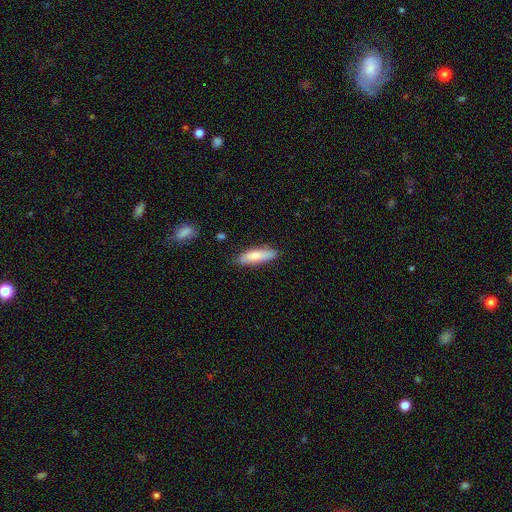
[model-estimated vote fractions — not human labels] This is clearly a smooth galaxy (81%). How rounded: possibly cigar-shaped (57%). Merging: clearly none (81%).